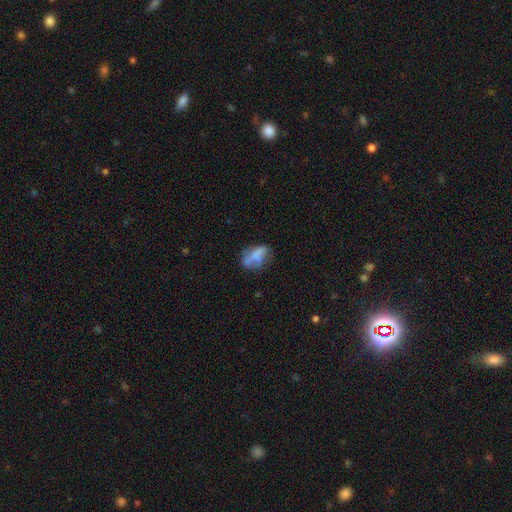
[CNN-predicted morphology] type=smooth (52%); roundness=in between (83%); merging=none (38%).